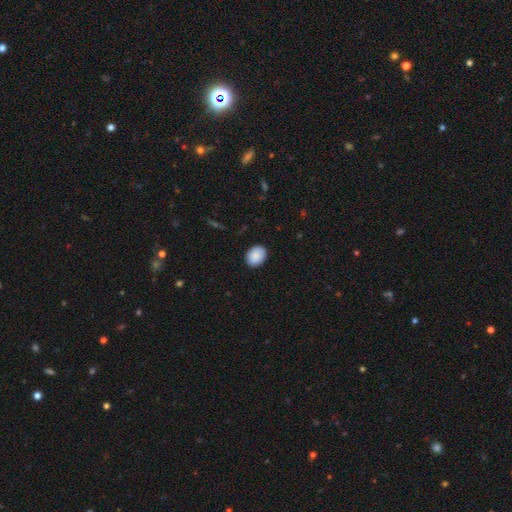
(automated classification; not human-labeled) A smooth galaxy with no disk features (88%) that is in between round and cigar-shaped (64%).

Vote fractions:
- Smooth or featured? smooth: 88% / star or artifact: 7% / featured or disk: 5%
- How rounded? in between: 64% / round: 35% / cigar-shaped: 1%
- Merging? none: 88% / minor disturbance: 9% / major disturbance: 2% / merger: 1%